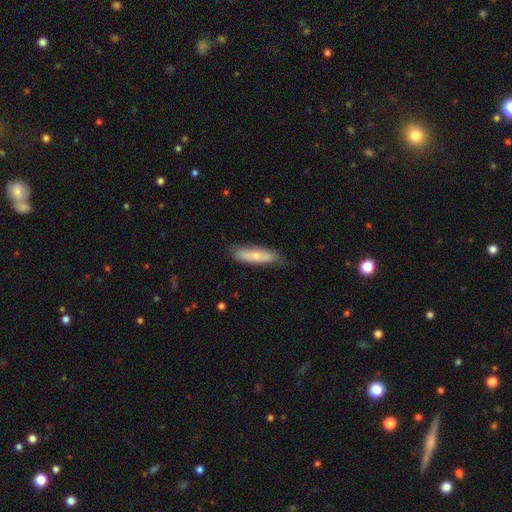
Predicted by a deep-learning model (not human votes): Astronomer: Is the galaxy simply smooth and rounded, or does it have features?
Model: smooth — 63%.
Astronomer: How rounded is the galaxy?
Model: cigar-shaped — 64%.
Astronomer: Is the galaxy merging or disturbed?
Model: none — 75%.